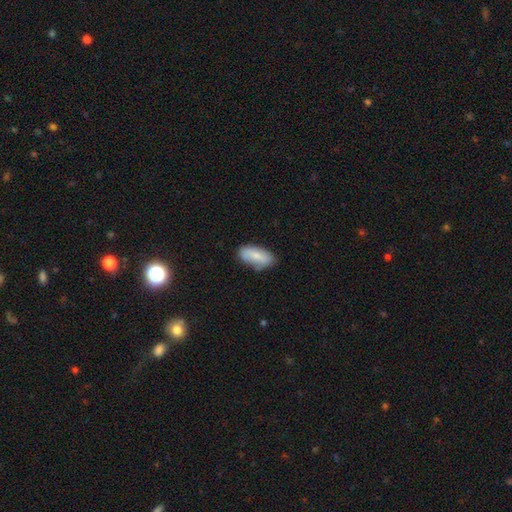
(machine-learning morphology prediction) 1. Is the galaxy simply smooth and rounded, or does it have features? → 74% smooth, 20% featured or disk, 6% star or artifact.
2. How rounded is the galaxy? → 87% in between, 10% cigar-shaped, 2% round.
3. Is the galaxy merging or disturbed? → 74% none, 20% minor disturbance, 4% major disturbance, 2% merger.